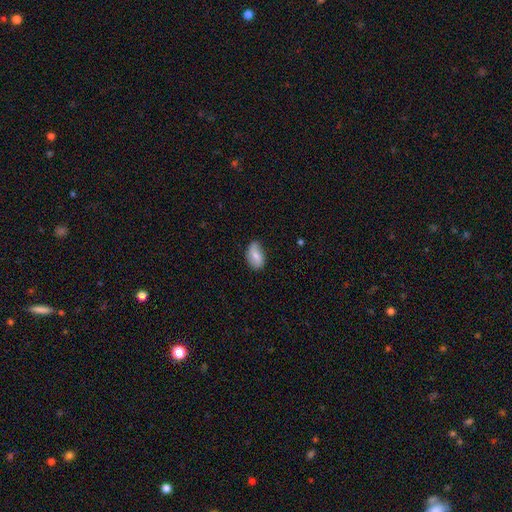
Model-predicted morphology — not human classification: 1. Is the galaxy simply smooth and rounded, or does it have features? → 69% smooth, 24% featured or disk, 7% star or artifact.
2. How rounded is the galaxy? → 91% in between, 6% round, 2% cigar-shaped.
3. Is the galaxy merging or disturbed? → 69% none, 25% minor disturbance, 5% major disturbance, 2% merger.